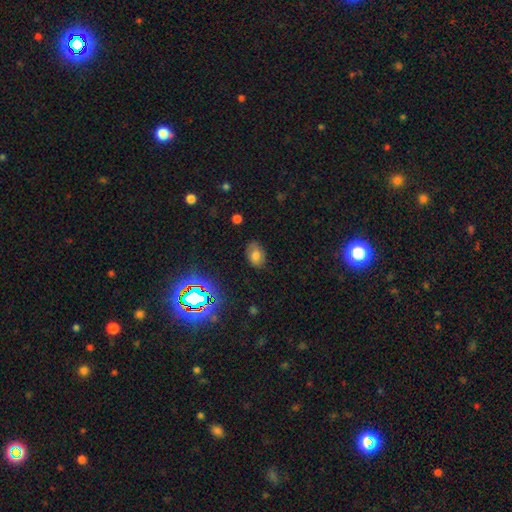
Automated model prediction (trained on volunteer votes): A smooth galaxy with no disk features (71%) that is in between round and cigar-shaped (83%).

Vote fractions:
- Smooth or featured? smooth: 71% / star or artifact: 17% / featured or disk: 12%
- How rounded? in between: 83% / round: 16% / cigar-shaped: 1%
- Merging? none: 77% / minor disturbance: 18% / major disturbance: 4% / merger: 2%